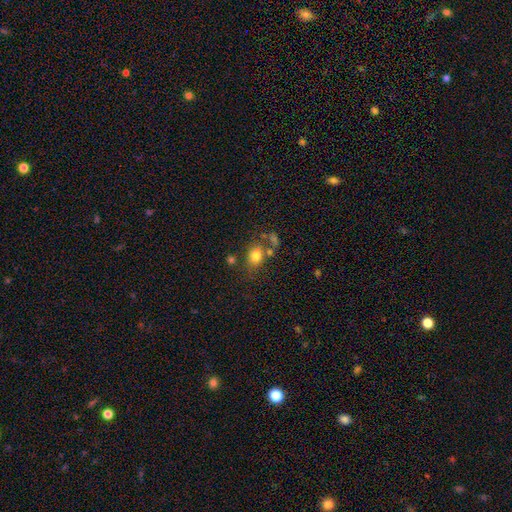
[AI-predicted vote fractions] Smooth or featured? Predicted: smooth (p=0.78). How rounded? Predicted: in between (p=0.55). Merging? Predicted: none (p=0.60).